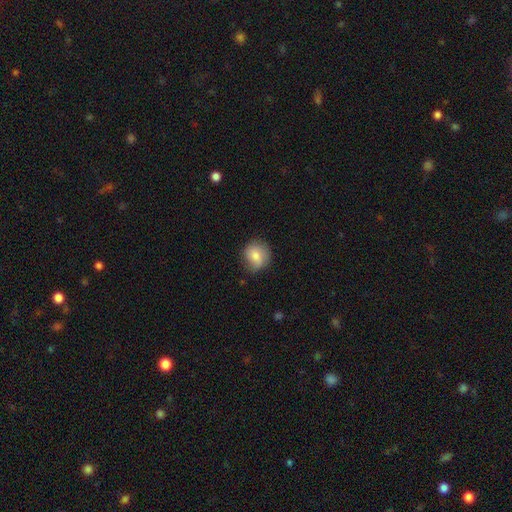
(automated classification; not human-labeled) smooth-or-featured: smooth: 77% | featured or disk: 14% | star or artifact: 8%
  how-rounded: round: 83% | in between: 16% | cigar-shaped: 1%
  merging: none: 73% | minor disturbance: 21% | major disturbance: 5% | merger: 1%